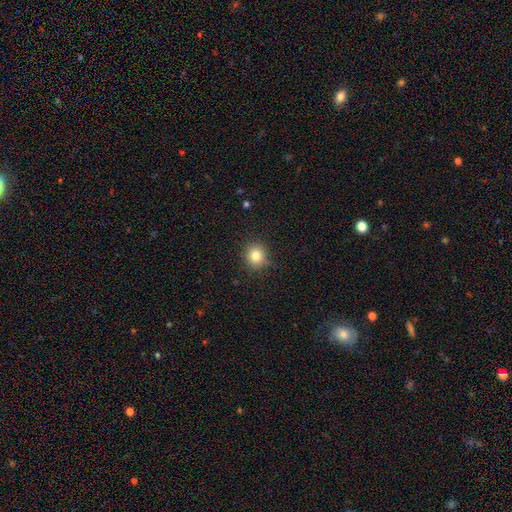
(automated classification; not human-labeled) A smooth galaxy with no disk features (81%) that is round (87%). Merging: none (86%).